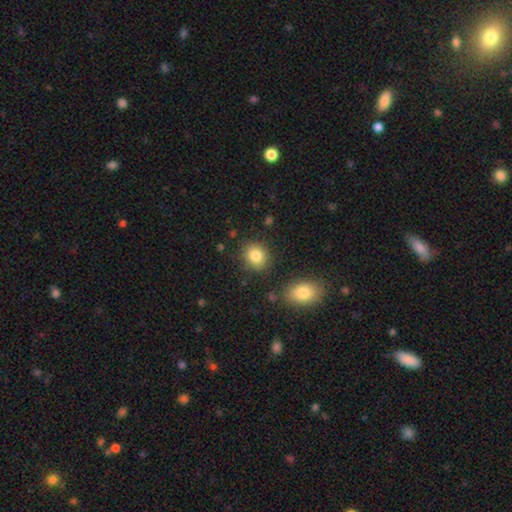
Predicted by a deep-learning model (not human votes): This is clearly a smooth galaxy (84%). How rounded: likely round (69%). Merging: clearly none (84%).